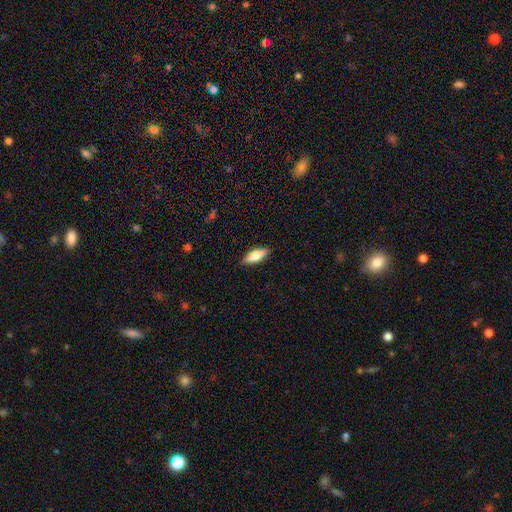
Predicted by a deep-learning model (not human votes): The model was most divided on "how rounded": in between: 64%, cigar-shaped: 34%, round: 2%. More confident: merging — none (87%); smooth or featured — smooth (80%).